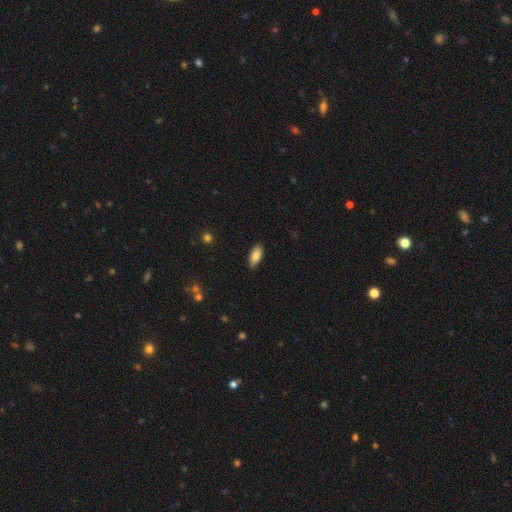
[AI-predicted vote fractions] Smooth or featured: smooth — 82% (featured or disk — 11%)
How rounded: in between — 86% (cigar-shaped — 12%)
Merging: none — 89% (minor disturbance — 9%)